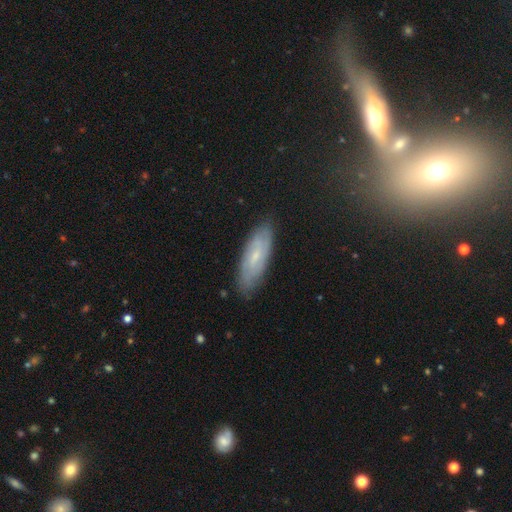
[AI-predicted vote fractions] Overall: featured or disk (55%; smooth 37%). Edge-on disk: no (79%). Merging: none (82%).